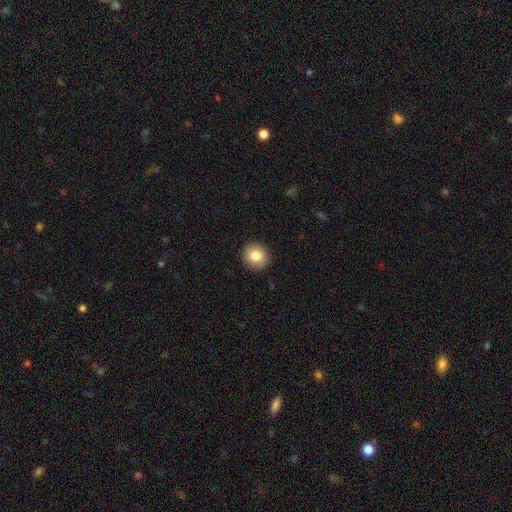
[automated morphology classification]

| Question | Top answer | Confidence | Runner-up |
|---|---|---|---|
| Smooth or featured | smooth | 84% | star or artifact (9%) |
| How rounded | round | 90% | in between (9%) |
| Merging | none | 92% | minor disturbance (5%) |